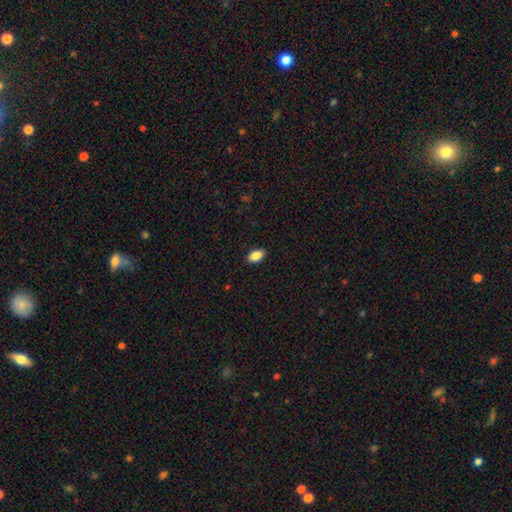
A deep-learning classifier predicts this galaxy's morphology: The model was most divided on "smooth or featured": smooth: 87%, star or artifact: 8%, featured or disk: 6%. More confident: how rounded — in between (92%); merging — none (90%).